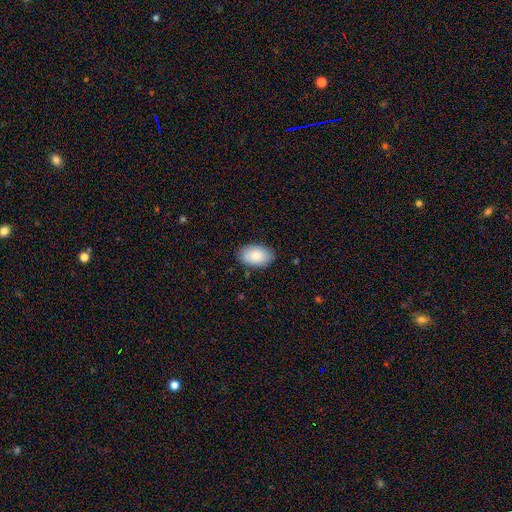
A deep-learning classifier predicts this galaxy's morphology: smooth_or_featured: smooth (p=0.86) [alt: featured or disk p=0.08]
how_rounded: in between (p=0.92) [alt: round p=0.07]
merging: none (p=0.85) [alt: minor disturbance p=0.11]